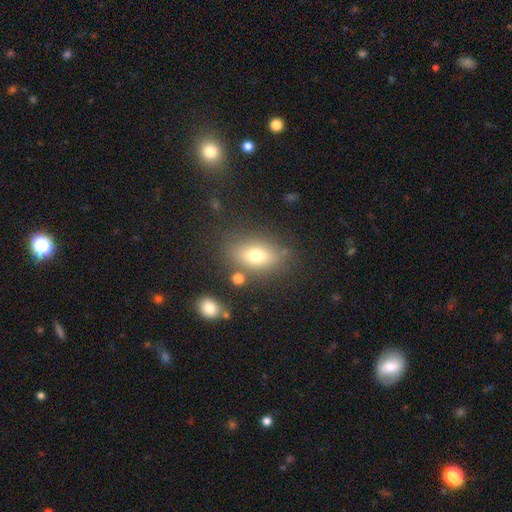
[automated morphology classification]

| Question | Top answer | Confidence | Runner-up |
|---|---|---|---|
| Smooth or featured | smooth | 72% | featured or disk (16%) |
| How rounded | in between | 77% | round (19%) |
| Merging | none | 75% | minor disturbance (13%) |